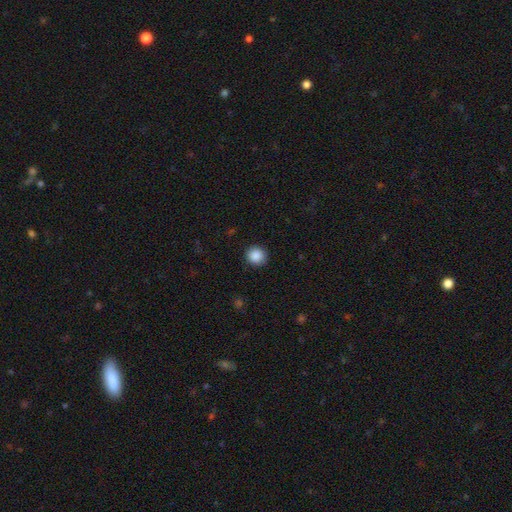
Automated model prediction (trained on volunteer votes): Morphology: type=smooth (88%); roundness=round (92%); merging=none (91%).